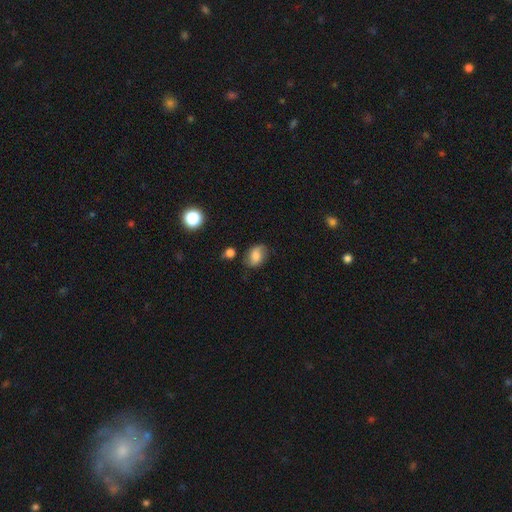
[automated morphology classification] Smooth or featured: smooth — 63% (featured or disk — 26%)
How rounded: in between — 74% (round — 25%)
Merging: none — 70% (minor disturbance — 20%)